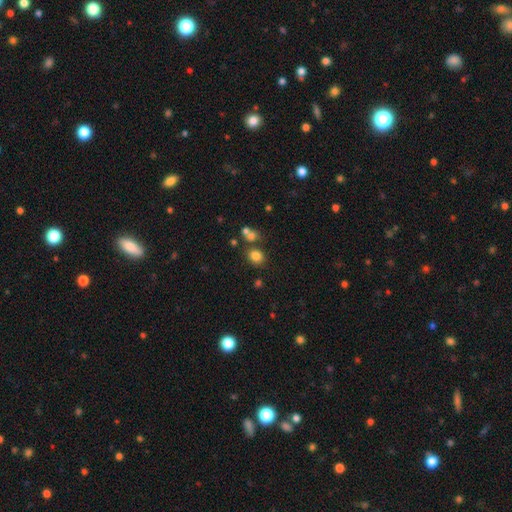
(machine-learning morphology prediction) Smooth or featured?
  - smooth: 80% *
  - star or artifact: 14%
  - featured or disk: 7%
How rounded?
  - round: 65% *
  - in between: 34%
  - cigar-shaped: 1%
Merging?
  - none: 70% *
  - merger: 15%
  - minor disturbance: 10%
  - major disturbance: 4%